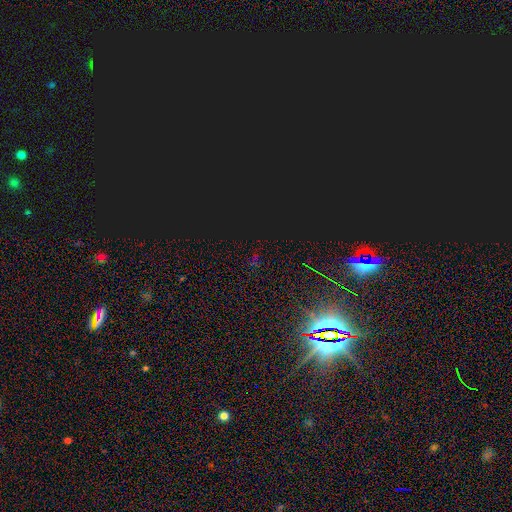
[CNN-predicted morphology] Overall: star or artifact (83%).